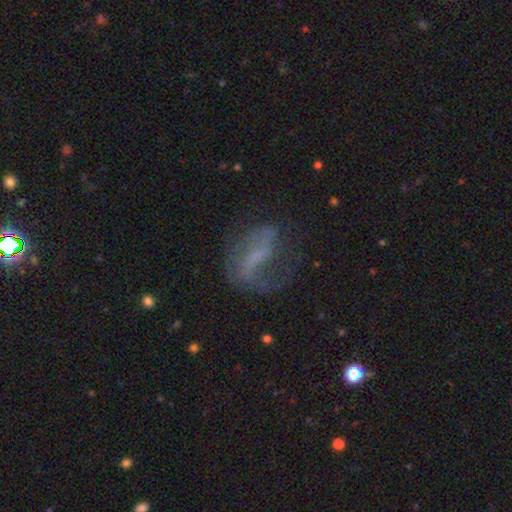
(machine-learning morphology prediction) The model was most divided on "bar": weak: 39%, strong: 34%, no: 27%. More confident: edge-on disk — no (95%); spiral arms — yes (80%); smooth or featured — featured or disk (69%); spiral arm count — 2 (60%); bulge size — none (53%); merging — none (50%); spiral winding — loose (50%).